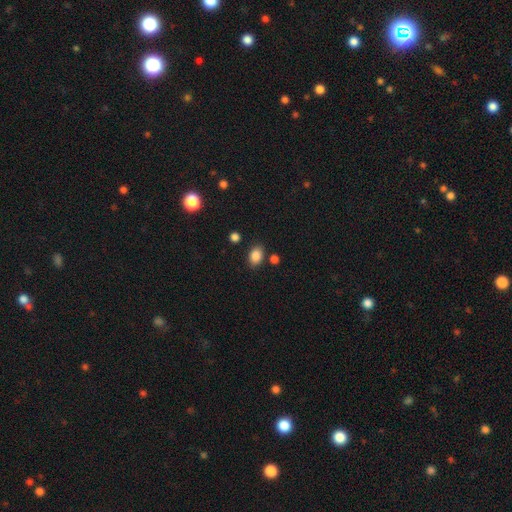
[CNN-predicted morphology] smooth-or-featured: smooth: 86% | star or artifact: 10% | featured or disk: 5%
  how-rounded: in between: 77% | round: 22% | cigar-shaped: 1%
  merging: none: 81% | minor disturbance: 11% | merger: 5% | major disturbance: 3%